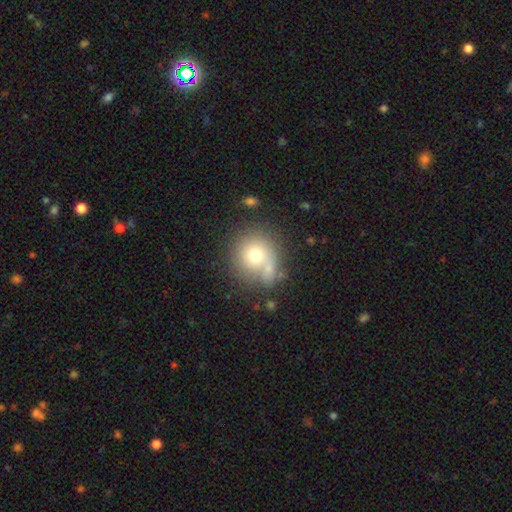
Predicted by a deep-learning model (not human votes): Smooth or featured? Predicted: smooth (p=0.69). How rounded? Predicted: round (p=0.88). Merging? Predicted: none (p=0.51).